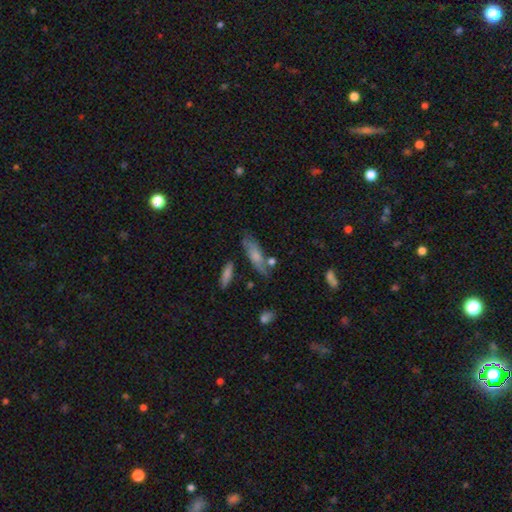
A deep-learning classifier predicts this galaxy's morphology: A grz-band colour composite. It shows a smooth galaxy with no disk features (61%) that is in between round and cigar-shaped (51%). Merging: none (62%).